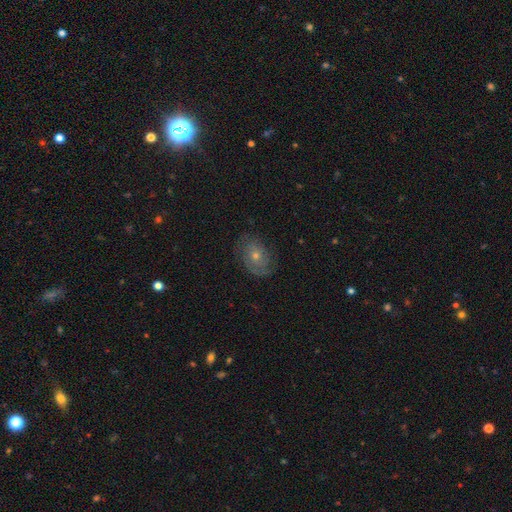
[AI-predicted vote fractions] featured or disk 60%, smooth 26%, star or artifact 14%. Down the decision tree: edge-on disk — no (95%); bar — no (83%); spiral arms — yes (82%); bulge size — small (54%); merging — none (78%).